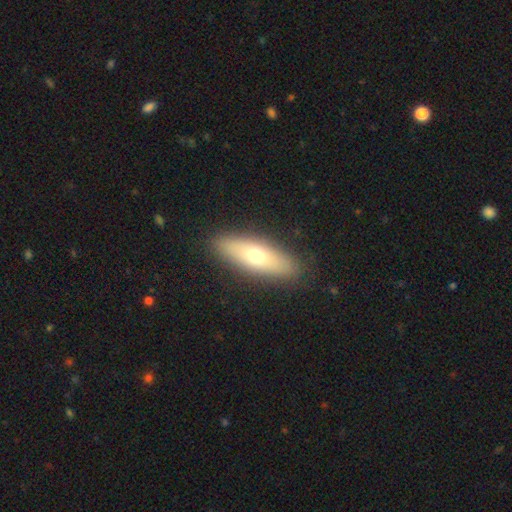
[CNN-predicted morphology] A smooth galaxy with no disk features (59%) that is cigar-shaped (52%). Merging: none (90%).